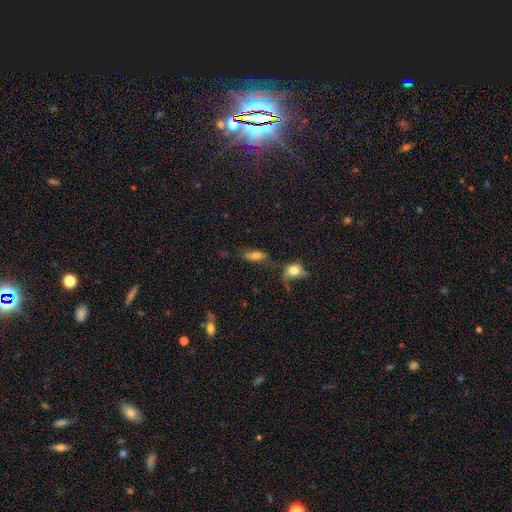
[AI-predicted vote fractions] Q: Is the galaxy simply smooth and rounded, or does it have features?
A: smooth — 64%.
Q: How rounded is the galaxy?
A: in between — 72%.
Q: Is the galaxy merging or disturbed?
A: none — 44%.